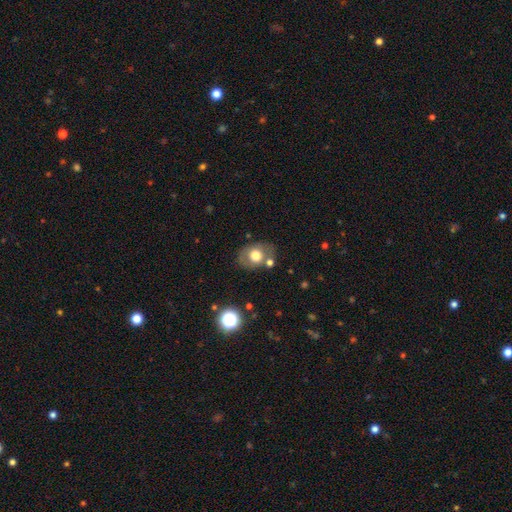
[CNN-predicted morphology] smooth_or_featured: smooth (p=0.64) [alt: featured or disk p=0.26]
how_rounded: in between (p=0.58) [alt: round p=0.41]
merging: none (p=0.69) [alt: minor disturbance p=0.16]